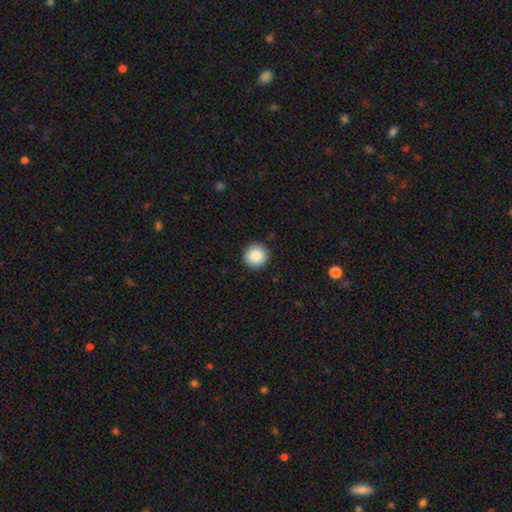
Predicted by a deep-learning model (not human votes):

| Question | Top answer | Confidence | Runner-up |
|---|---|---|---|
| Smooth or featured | smooth | 87% | star or artifact (9%) |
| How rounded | round | 95% | in between (4%) |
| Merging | none | 92% | minor disturbance (5%) |